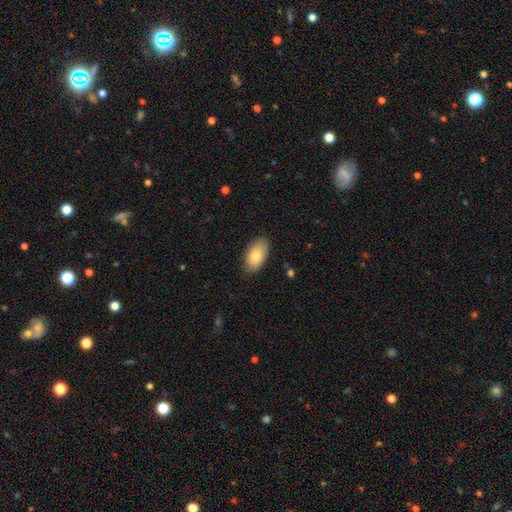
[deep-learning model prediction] This is clearly a smooth galaxy (81%). How rounded: clearly in between (94%). Merging: clearly none (83%).